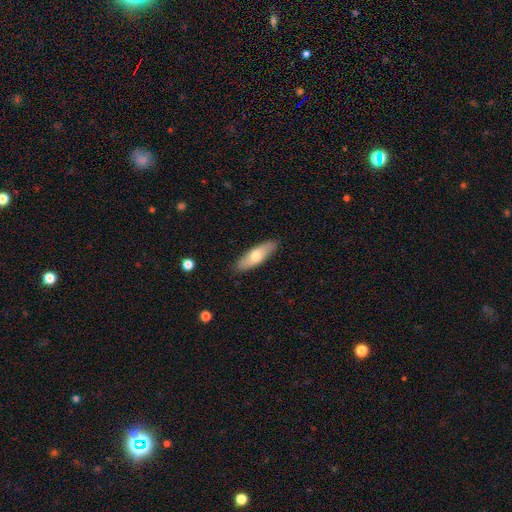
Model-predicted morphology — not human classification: Smooth or featured: smooth — 66% (featured or disk — 29%)
How rounded: in between — 60% (cigar-shaped — 38%)
Merging: none — 86% (minor disturbance — 11%)